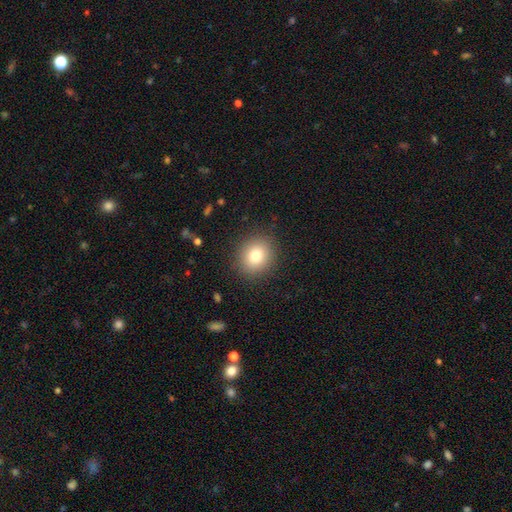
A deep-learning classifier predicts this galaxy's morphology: A smooth galaxy with no disk features (79%) that is round (75%).

Vote fractions:
- Smooth or featured? smooth: 79% / star or artifact: 11% / featured or disk: 10%
- How rounded? round: 75% / in between: 24% / cigar-shaped: 1%
- Merging? none: 88% / minor disturbance: 8% / major disturbance: 3% / merger: 1%